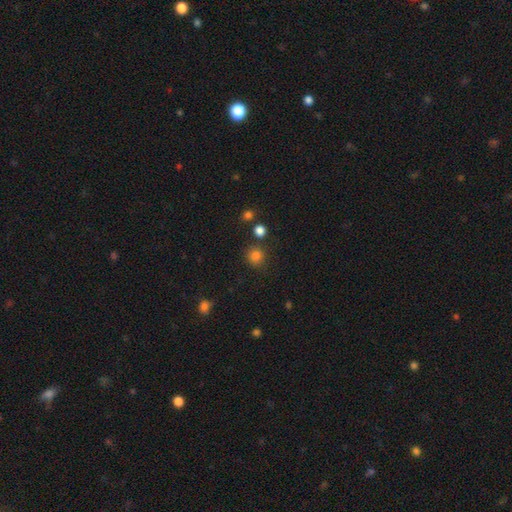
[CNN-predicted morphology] A smooth galaxy with no disk features (82%) that is round (91%).

Vote fractions:
- Smooth or featured? smooth: 82% / star or artifact: 14% / featured or disk: 4%
- How rounded? round: 91% / in between: 8% / cigar-shaped: 1%
- Merging? none: 83% / minor disturbance: 8% / merger: 6% / major disturbance: 3%